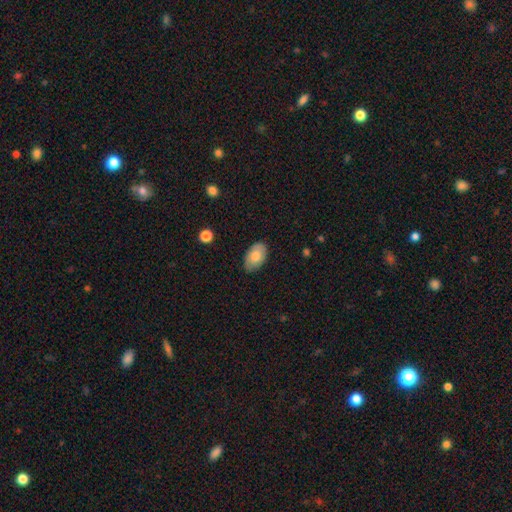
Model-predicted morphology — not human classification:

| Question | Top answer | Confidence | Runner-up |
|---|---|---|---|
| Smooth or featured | smooth | 75% | featured or disk (19%) |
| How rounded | in between | 92% | round (7%) |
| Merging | none | 81% | minor disturbance (15%) |